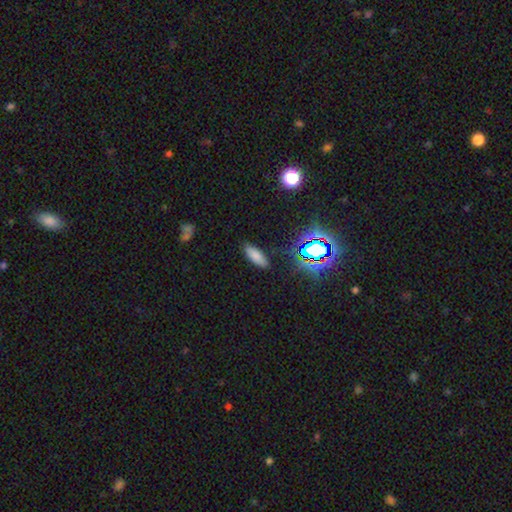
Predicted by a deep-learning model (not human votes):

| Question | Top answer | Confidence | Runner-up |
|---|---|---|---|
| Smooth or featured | smooth | 75% | star or artifact (17%) |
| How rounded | in between | 70% | cigar-shaped (27%) |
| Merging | none | 86% | minor disturbance (10%) |